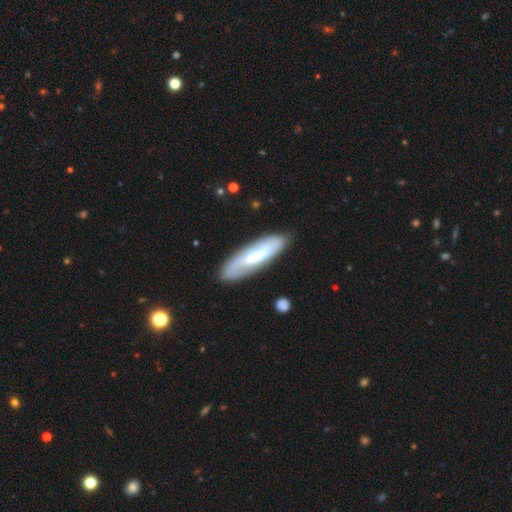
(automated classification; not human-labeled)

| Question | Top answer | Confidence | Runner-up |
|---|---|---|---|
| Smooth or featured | featured or disk | 56% | smooth (39%) |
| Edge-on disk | no | 77% | yes (23%) |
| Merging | none | 83% | minor disturbance (12%) |